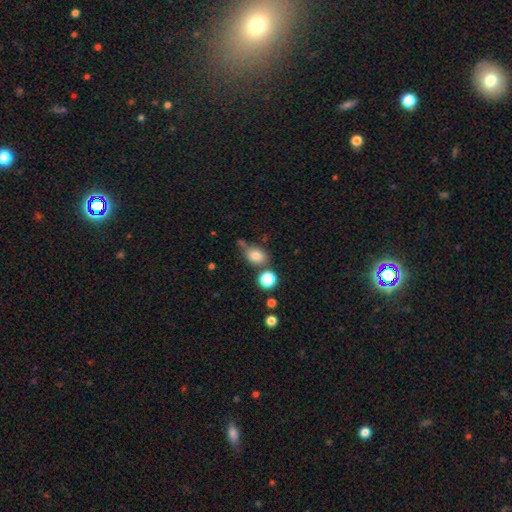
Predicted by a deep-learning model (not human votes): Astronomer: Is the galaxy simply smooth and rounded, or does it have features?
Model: smooth — 79%.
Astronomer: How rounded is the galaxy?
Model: in between — 57% (runner-up: round, 41%).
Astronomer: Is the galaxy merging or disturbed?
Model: none — 57%.